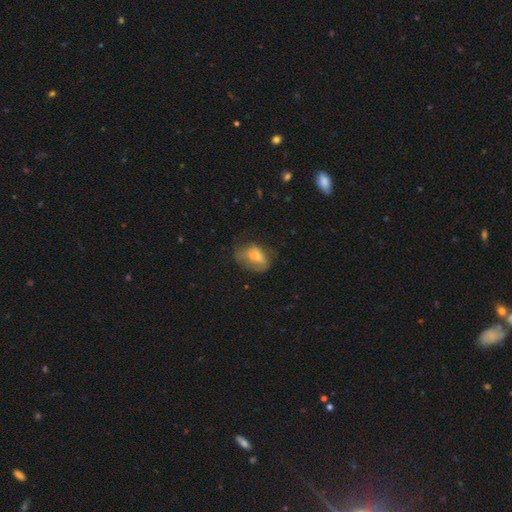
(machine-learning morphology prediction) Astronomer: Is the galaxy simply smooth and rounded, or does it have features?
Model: smooth — 65%.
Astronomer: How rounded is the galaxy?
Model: in between — 82%.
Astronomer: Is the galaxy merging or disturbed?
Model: none — 39% (runner-up: minor disturbance, 32%).